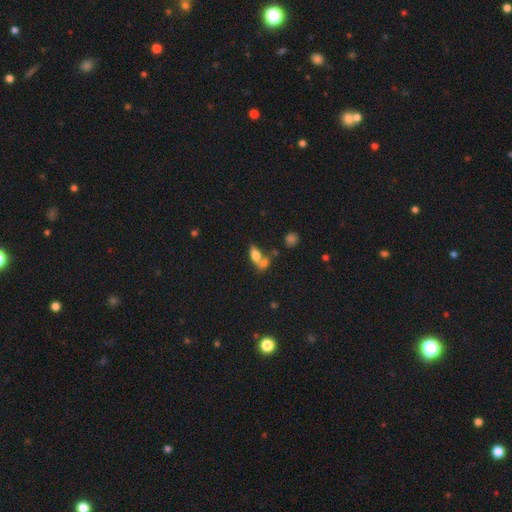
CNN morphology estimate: A smooth galaxy with no disk features (70%) that is in between round and cigar-shaped (81%).

Vote fractions:
- Smooth or featured? smooth: 70% / featured or disk: 20% / star or artifact: 10%
- How rounded? in between: 81% / cigar-shaped: 12% / round: 7%
- Merging? merger: 48% / none: 35% / minor disturbance: 11% / major disturbance: 6%